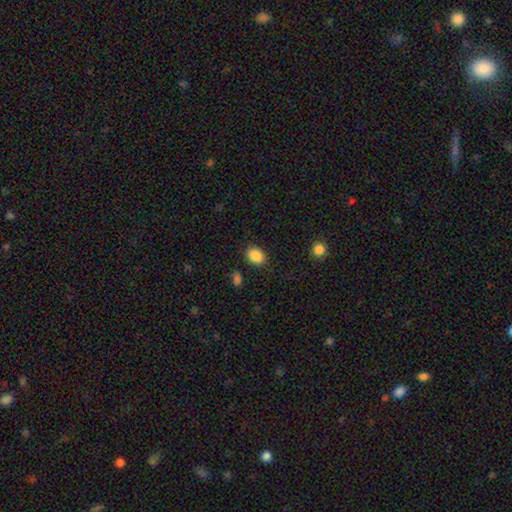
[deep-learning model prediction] The model was most divided on "how rounded": in between: 69%, round: 30%, cigar-shaped: 1%. More confident: smooth or featured — smooth (88%); merging — none (85%).